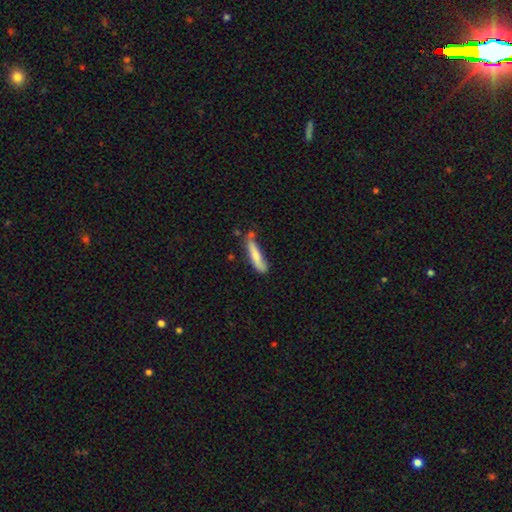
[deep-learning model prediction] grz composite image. It shows a smooth galaxy with no disk features (68%) that is cigar-shaped (82%). Merging: none (57%).